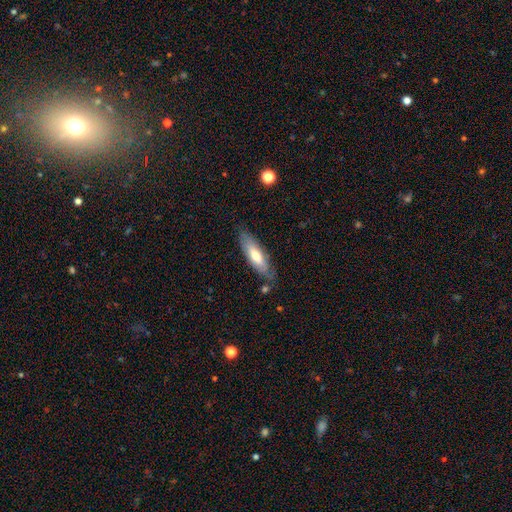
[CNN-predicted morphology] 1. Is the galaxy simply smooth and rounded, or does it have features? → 64% smooth, 31% featured or disk, 6% star or artifact.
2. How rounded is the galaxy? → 52% cigar-shaped, 47% in between, 1% round.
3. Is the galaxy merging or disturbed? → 76% none, 17% minor disturbance, 4% major disturbance, 3% merger.